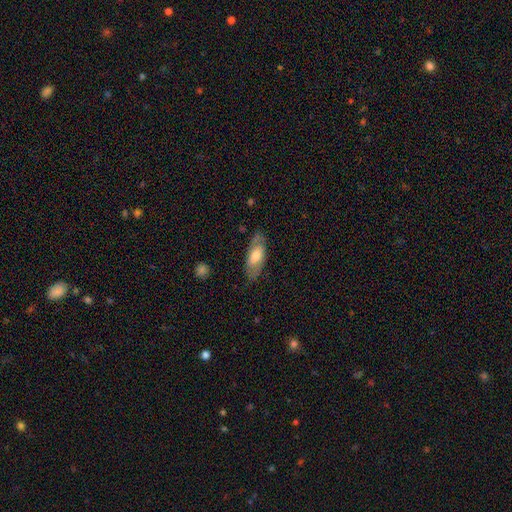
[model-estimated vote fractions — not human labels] This appears to be a smooth galaxy with no disk features (50%) that is in between round and cigar-shaped (77%). Merging: none (79%).